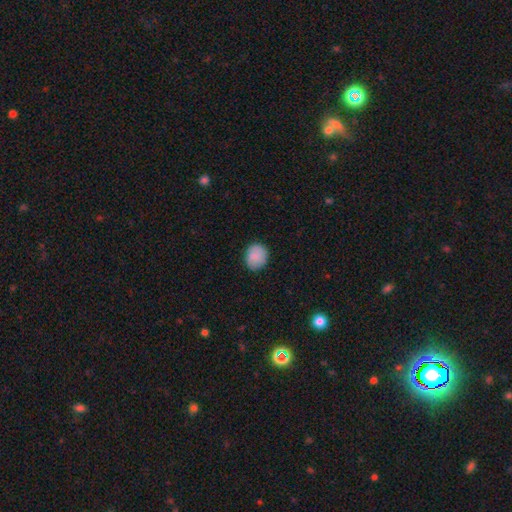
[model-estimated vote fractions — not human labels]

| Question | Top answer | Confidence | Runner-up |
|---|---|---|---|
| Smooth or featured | smooth | 86% | star or artifact (7%) |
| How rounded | round | 69% | in between (30%) |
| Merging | none | 85% | minor disturbance (11%) |